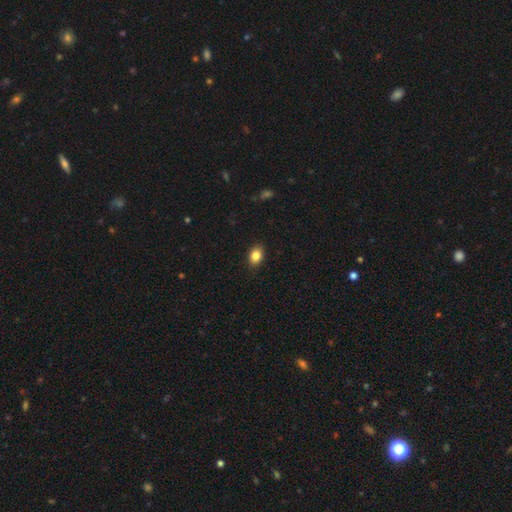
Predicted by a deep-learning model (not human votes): A smooth galaxy with no disk features (85%) that is in between round and cigar-shaped (77%).

Vote fractions:
- Smooth or featured? smooth: 85% / star or artifact: 9% / featured or disk: 6%
- How rounded? in between: 77% / round: 22% / cigar-shaped: 1%
- Merging? none: 89% / minor disturbance: 8% / major disturbance: 2% / merger: 1%